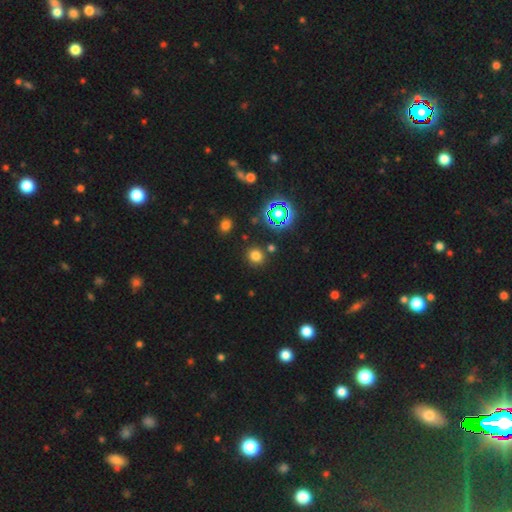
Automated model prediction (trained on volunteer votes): Overall: smooth (69%). How rounded: round (86%). Merging: none (84%).